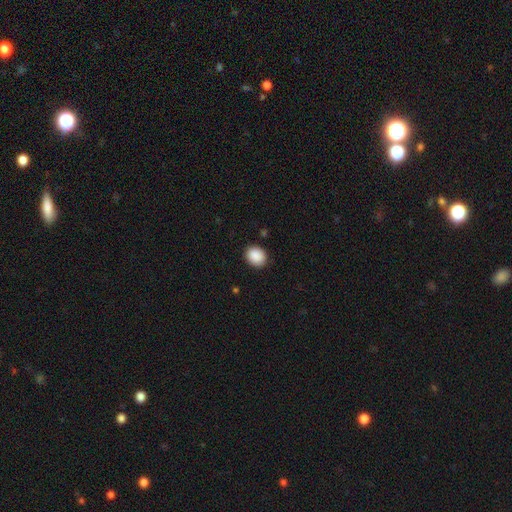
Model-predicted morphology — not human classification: Q: Smooth or featured?
A: smooth (90%); runner-up: star or artifact (7%)
Q: How rounded?
A: round (57%); runner-up: in between (43%)
Q: Merging?
A: none (89%); runner-up: minor disturbance (8%)